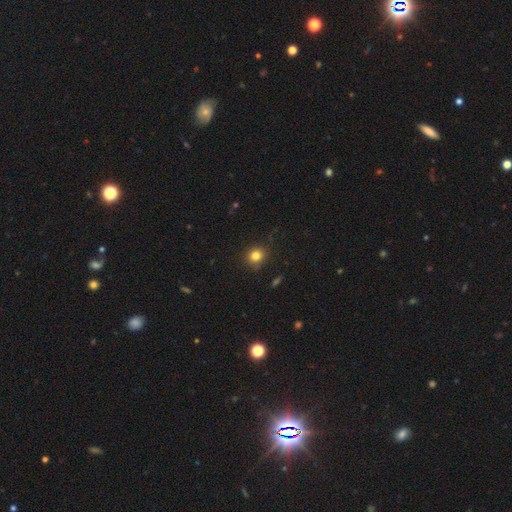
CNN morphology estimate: type=smooth (81%); roundness=round (81%); merging=none (85%).